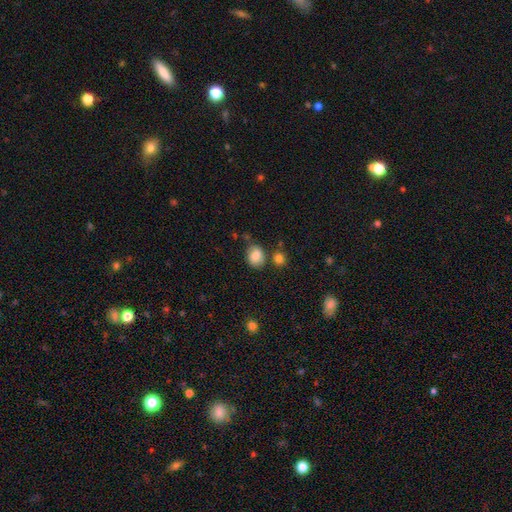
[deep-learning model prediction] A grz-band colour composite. It shows a smooth galaxy with no disk features (83%) that is in between round and cigar-shaped (54%). Merging: none (65%).